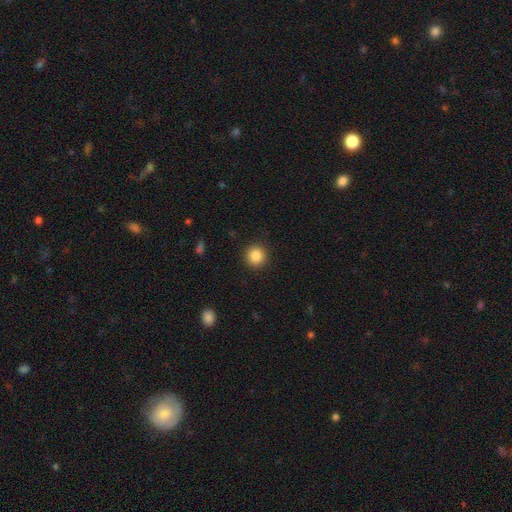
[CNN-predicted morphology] type=smooth (85%); roundness=round (94%); merging=none (92%).